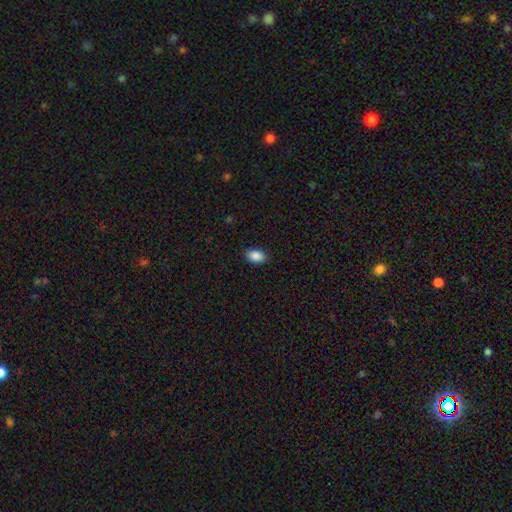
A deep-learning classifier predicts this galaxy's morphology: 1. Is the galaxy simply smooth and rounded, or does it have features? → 88% smooth, 8% star or artifact, 4% featured or disk.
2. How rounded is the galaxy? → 86% in between, 13% round, 1% cigar-shaped.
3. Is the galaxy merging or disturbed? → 89% none, 8% minor disturbance, 2% major disturbance, 1% merger.